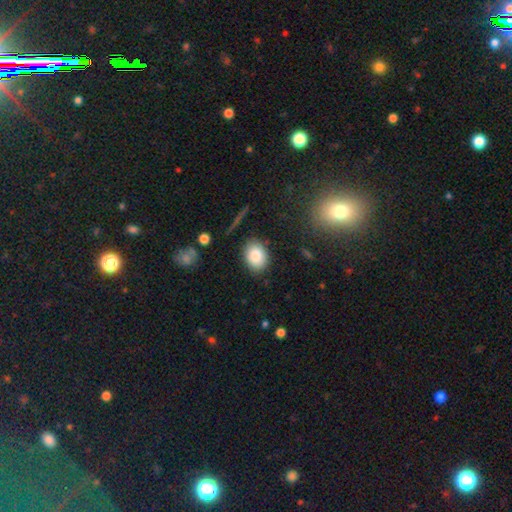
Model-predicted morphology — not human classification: smooth_or_featured: smooth (p=0.85) [alt: star or artifact p=0.08]
how_rounded: in between (p=0.71) [alt: round p=0.28]
merging: none (p=0.83) [alt: minor disturbance p=0.12]